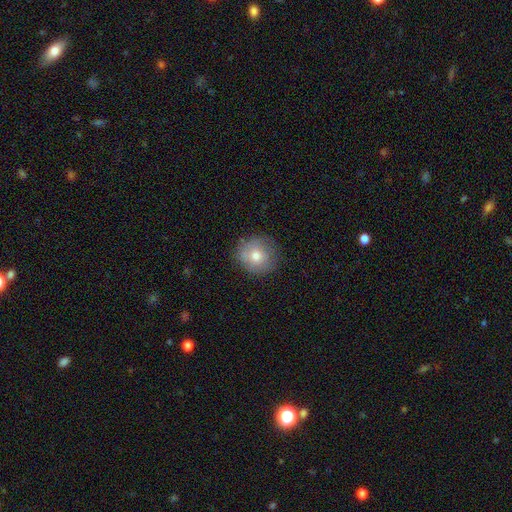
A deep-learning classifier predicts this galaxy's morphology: This appears to be a smooth galaxy with no disk features (71%) that is round (90%). Merging: none (78%).